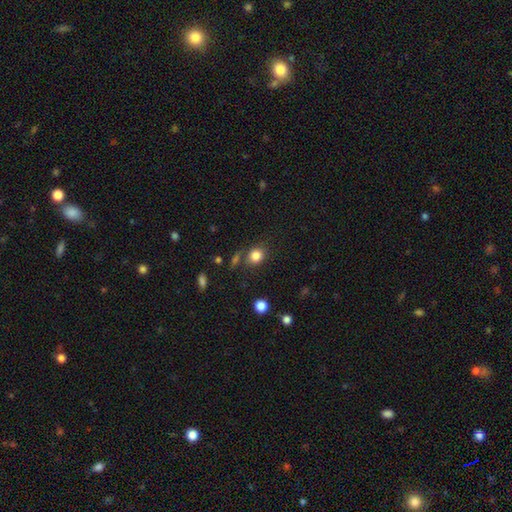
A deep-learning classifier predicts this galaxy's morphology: Smooth or featured? Predicted: smooth (p=0.83). How rounded? Predicted: round (p=0.68). Merging? Predicted: none (p=0.74).